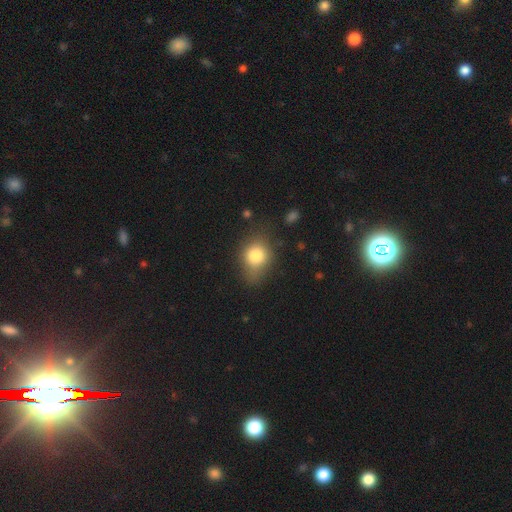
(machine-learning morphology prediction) Smooth or featured?
  - smooth: 79% *
  - featured or disk: 10%
  - star or artifact: 10%
How rounded?
  - round: 53% *
  - in between: 45%
  - cigar-shaped: 1%
Merging?
  - none: 60% *
  - minor disturbance: 27%
  - major disturbance: 10%
  - merger: 3%